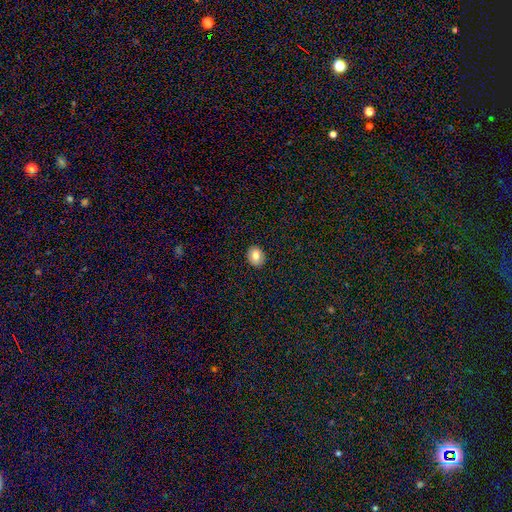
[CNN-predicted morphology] A smooth galaxy with no disk features (82%) that is round (55%).

Vote fractions:
- Smooth or featured? smooth: 82% / featured or disk: 10% / star or artifact: 9%
- How rounded? round: 55% / in between: 44% / cigar-shaped: 1%
- Merging? none: 91% / minor disturbance: 6% / major disturbance: 2% / merger: 1%